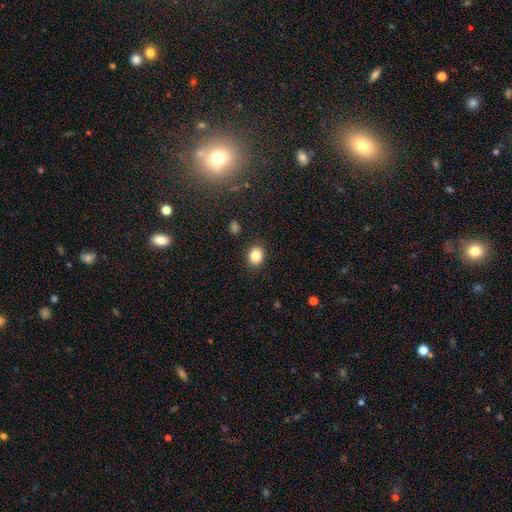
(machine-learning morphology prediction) smooth 84%, star or artifact 10%, featured or disk 6%. Down the decision tree: how rounded — round (58%); merging — none (89%).